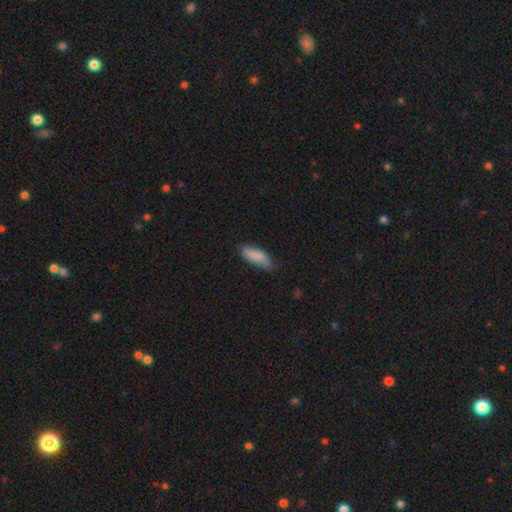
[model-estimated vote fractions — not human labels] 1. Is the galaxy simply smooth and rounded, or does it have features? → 85% smooth, 8% featured or disk, 6% star or artifact.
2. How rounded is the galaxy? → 64% in between, 34% cigar-shaped, 2% round.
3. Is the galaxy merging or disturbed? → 63% none, 30% minor disturbance, 5% major disturbance, 2% merger.